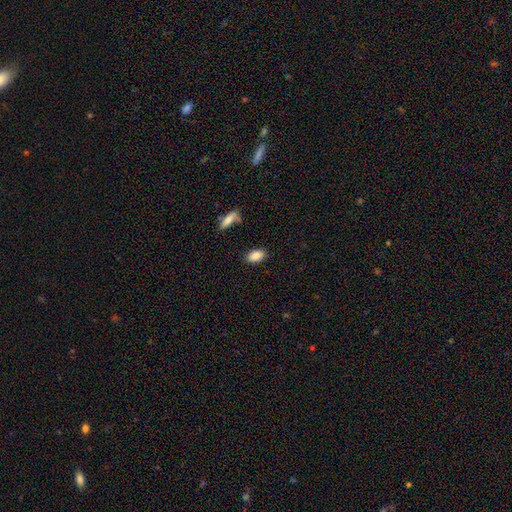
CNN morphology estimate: This appears to be a smooth galaxy with no disk features (86%) that is in between round and cigar-shaped (92%). Merging: none (83%).